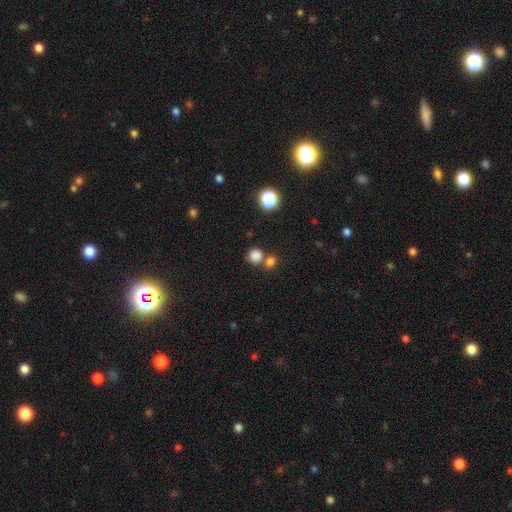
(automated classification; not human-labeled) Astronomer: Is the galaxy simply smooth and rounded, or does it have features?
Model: smooth — 82%.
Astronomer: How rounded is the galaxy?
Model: round — 87%.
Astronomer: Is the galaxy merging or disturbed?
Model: none — 61%.